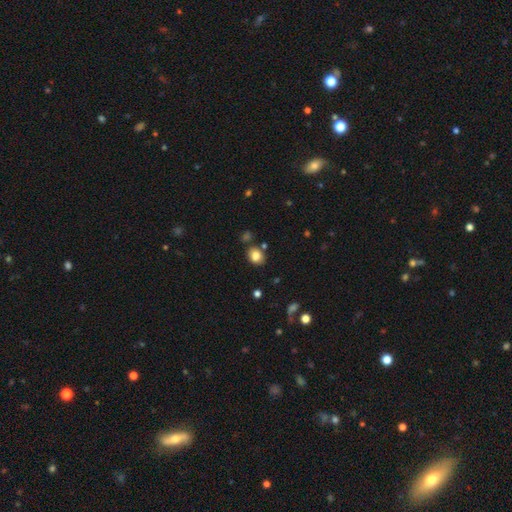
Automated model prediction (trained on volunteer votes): smooth-or-featured: smooth: 82% | star or artifact: 10% | featured or disk: 7%
  how-rounded: in between: 50% | round: 49% | cigar-shaped: 1%
  merging: none: 75% | minor disturbance: 14% | merger: 7% | major disturbance: 4%